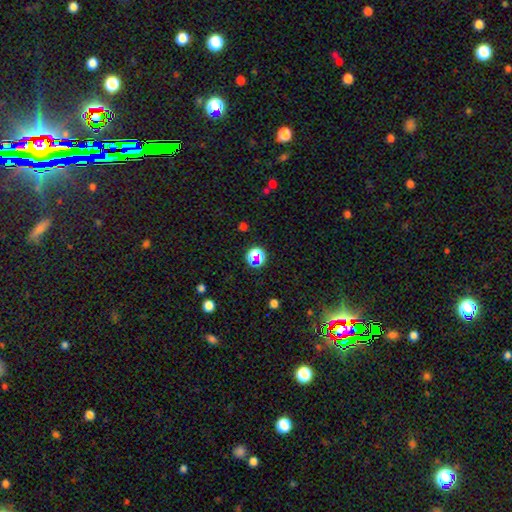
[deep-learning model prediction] This is possibly a star or artifact rather than a galaxy (56%).